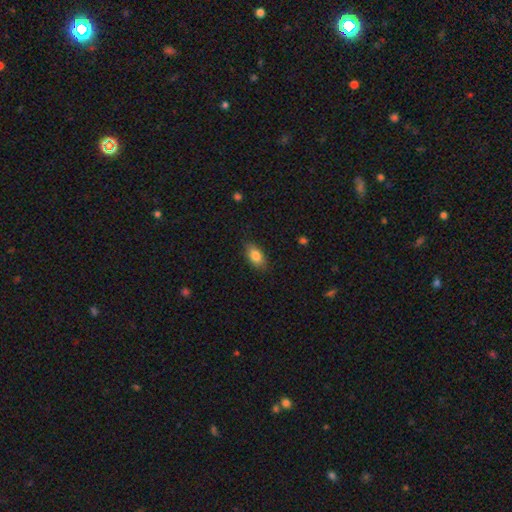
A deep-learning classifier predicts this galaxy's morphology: Smooth or featured?
  - smooth: 84% *
  - featured or disk: 9%
  - star or artifact: 7%
How rounded?
  - in between: 90% *
  - round: 6%
  - cigar-shaped: 4%
Merging?
  - none: 84% *
  - minor disturbance: 13%
  - major disturbance: 3%
  - merger: 1%